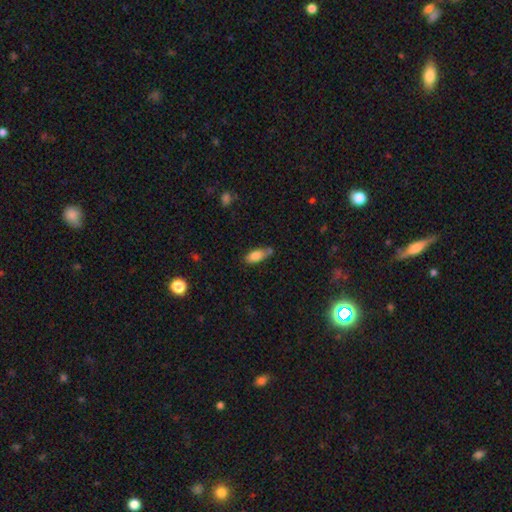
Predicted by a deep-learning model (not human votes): The model was most divided on "merging": none: 54%, minor disturbance: 26%, merger: 15%, major disturbance: 6%. More confident: how rounded — in between (82%); smooth or featured — smooth (82%).